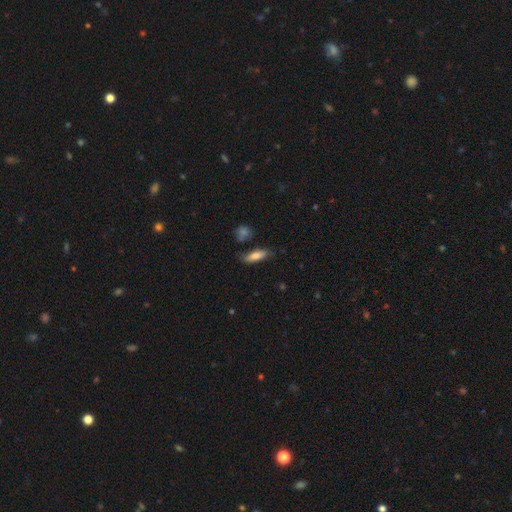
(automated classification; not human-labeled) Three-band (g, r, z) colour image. It shows a smooth galaxy with no disk features (74%) that is in between round and cigar-shaped (58%). Merging: none (70%).